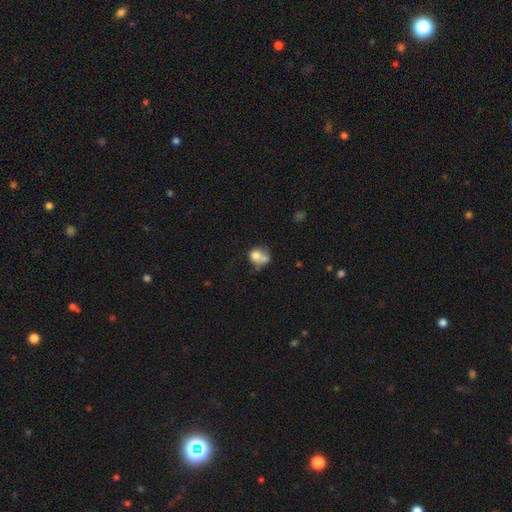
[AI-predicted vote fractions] smooth_or_featured: smooth (p=0.70) [alt: featured or disk p=0.20]
how_rounded: round (p=0.67) [alt: in between p=0.32]
merging: merger (p=0.55) [alt: none p=0.26]